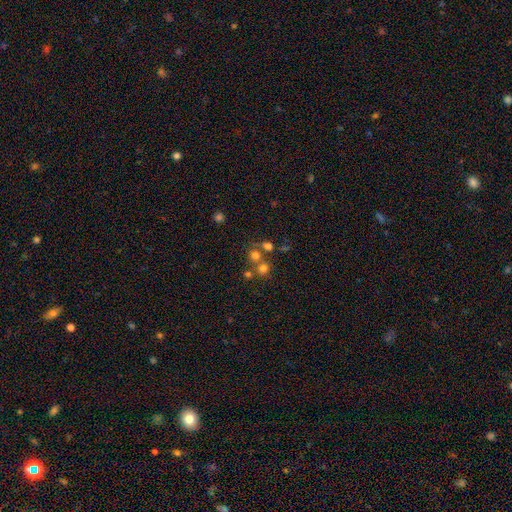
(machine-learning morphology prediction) Smooth or featured?
  - smooth: 62% *
  - star or artifact: 24%
  - featured or disk: 14%
How rounded?
  - round: 84% *
  - in between: 14%
  - cigar-shaped: 1%
Merging?
  - none: 54% *
  - merger: 35%
  - minor disturbance: 7%
  - major disturbance: 4%